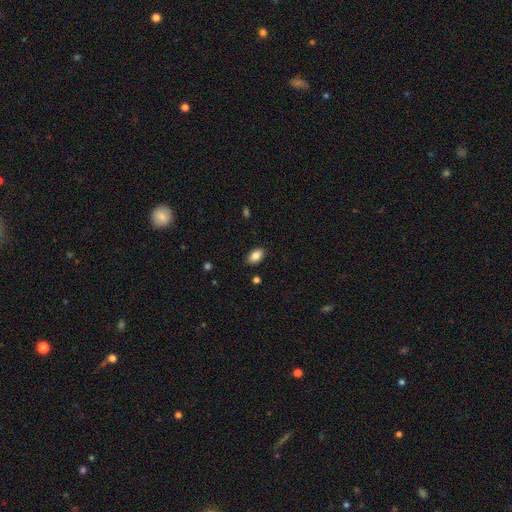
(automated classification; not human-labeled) A smooth galaxy with no disk features (85%) that is in between round and cigar-shaped (90%). Merging: none (88%).